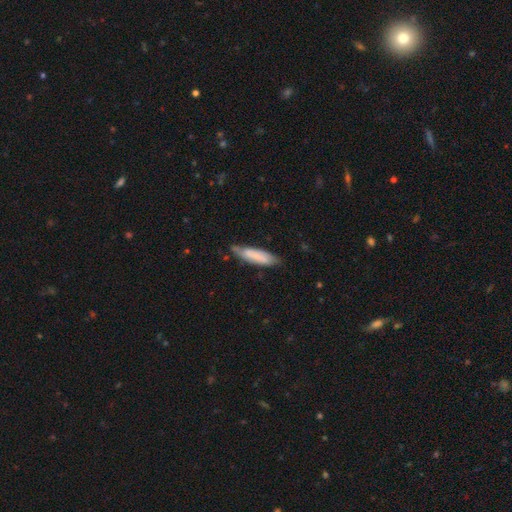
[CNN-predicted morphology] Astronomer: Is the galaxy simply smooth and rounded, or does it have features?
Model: smooth — 70%.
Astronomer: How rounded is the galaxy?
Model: cigar-shaped — 71%.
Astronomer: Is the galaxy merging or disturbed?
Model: none — 67%.